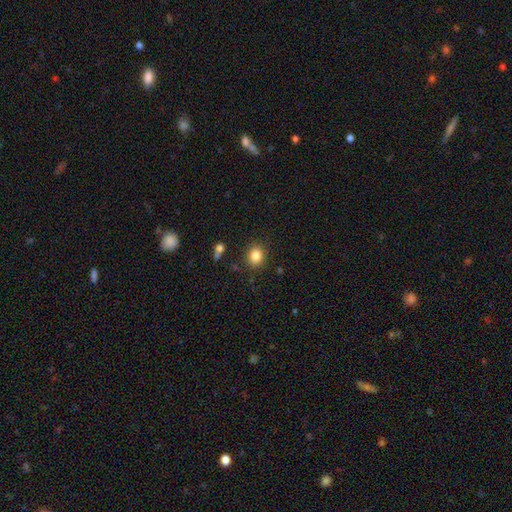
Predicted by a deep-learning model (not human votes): smooth_or_featured: smooth (p=0.84) [alt: star or artifact p=0.10]
how_rounded: round (p=0.60) [alt: in between p=0.39]
merging: none (p=0.86) [alt: minor disturbance p=0.09]